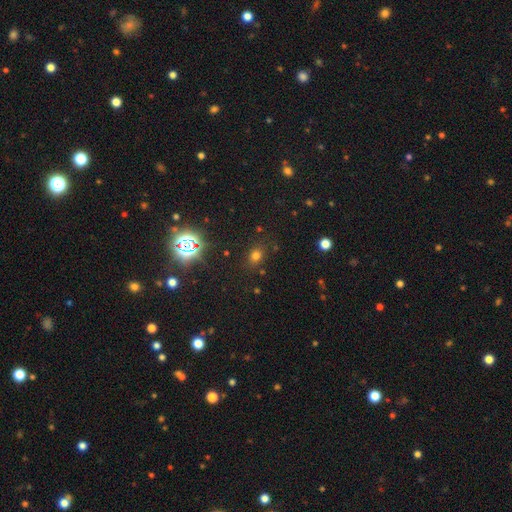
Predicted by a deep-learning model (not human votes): Smooth or featured?
  - smooth: 66% *
  - star or artifact: 27%
  - featured or disk: 7%
How rounded?
  - round: 55% *
  - in between: 44%
  - cigar-shaped: 1%
Merging?
  - none: 82% *
  - minor disturbance: 12%
  - major disturbance: 4%
  - merger: 3%